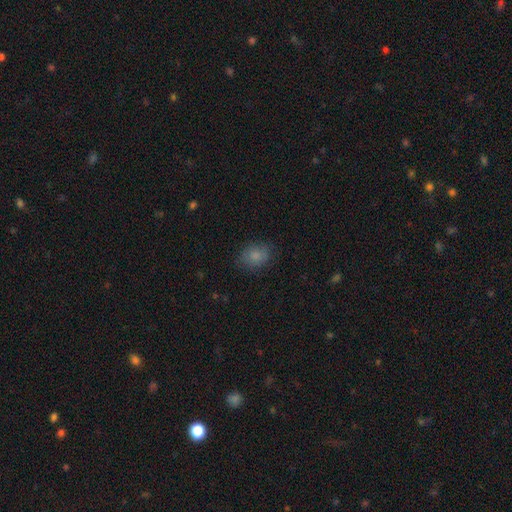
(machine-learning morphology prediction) smooth_or_featured: smooth (p=0.84) [alt: star or artifact p=0.09]
how_rounded: in between (p=0.64) [alt: round p=0.35]
merging: none (p=0.82) [alt: minor disturbance p=0.14]